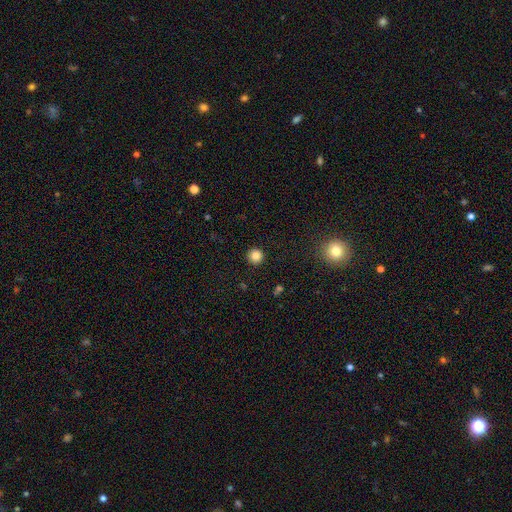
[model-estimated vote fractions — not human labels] Smooth or featured? Predicted: smooth (p=0.83). How rounded? Predicted: round (p=0.95). Merging? Predicted: none (p=0.93).